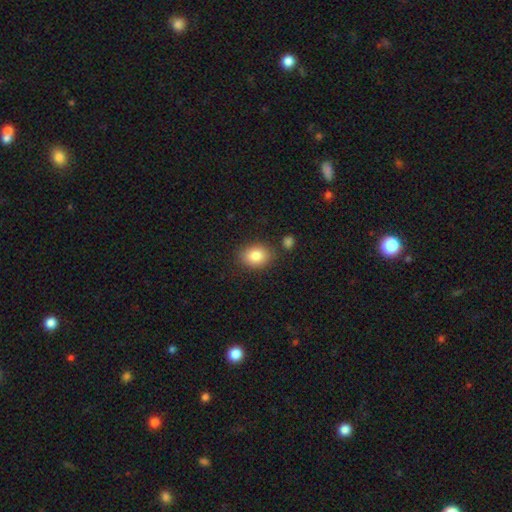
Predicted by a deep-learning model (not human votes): smooth 86%, star or artifact 8%, featured or disk 6%. Down the decision tree: how rounded — in between (63%); merging — none (78%).